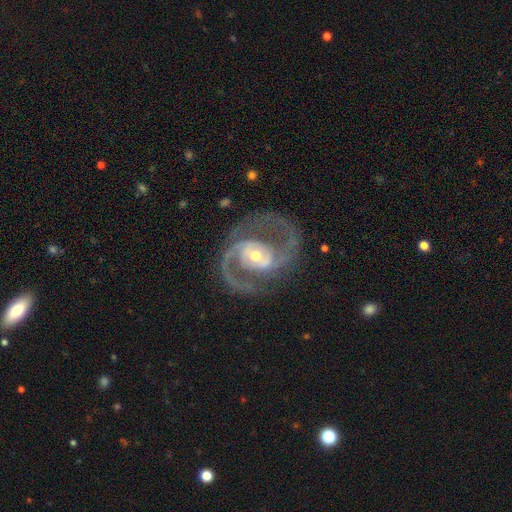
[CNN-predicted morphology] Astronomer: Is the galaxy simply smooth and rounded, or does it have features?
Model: featured or disk — 92%.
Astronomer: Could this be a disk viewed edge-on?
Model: no — 98%.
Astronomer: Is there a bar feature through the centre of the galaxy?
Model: no — 44% (runner-up: weak, 36%).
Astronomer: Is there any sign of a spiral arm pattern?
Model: yes — 97%.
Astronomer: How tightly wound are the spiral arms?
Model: medium — 61%.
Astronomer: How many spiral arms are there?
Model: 2 — 90%.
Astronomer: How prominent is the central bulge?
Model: moderate — 62%.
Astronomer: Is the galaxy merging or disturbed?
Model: none — 75%.